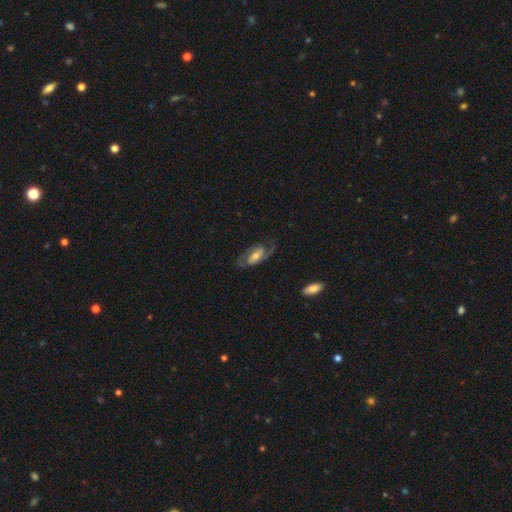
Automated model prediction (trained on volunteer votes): Smooth or featured? Predicted: featured or disk (p=0.72). Edge-on disk? Predicted: no (p=0.94). Bar? Predicted: weak (p=0.42). Spiral arms? Predicted: yes (p=0.90). Spiral winding? Predicted: medium (p=0.47). Spiral arm count? Predicted: 2 (p=0.80). Bulge size? Predicted: moderate (p=0.52). Merging? Predicted: none (p=0.64).